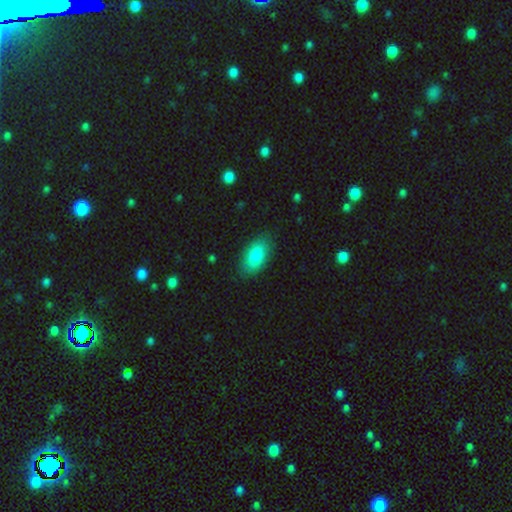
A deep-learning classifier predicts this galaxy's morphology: smooth 82%, featured or disk 12%, star or artifact 6%. Down the decision tree: how rounded — in between (92%); merging — none (85%).